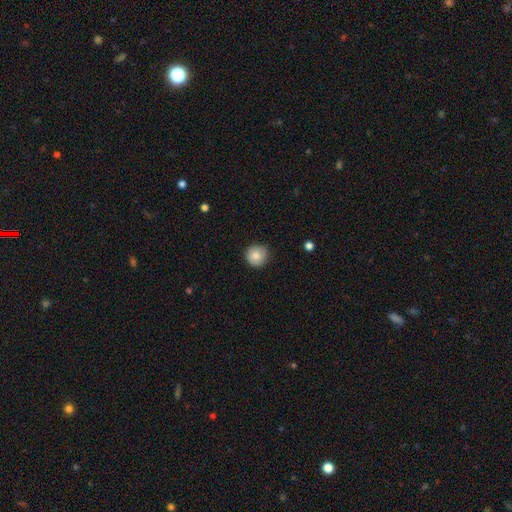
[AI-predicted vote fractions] smooth_or_featured: smooth (p=0.83) [alt: featured or disk p=0.09]
how_rounded: round (p=0.93) [alt: in between p=0.06]
merging: none (p=0.83) [alt: minor disturbance p=0.14]